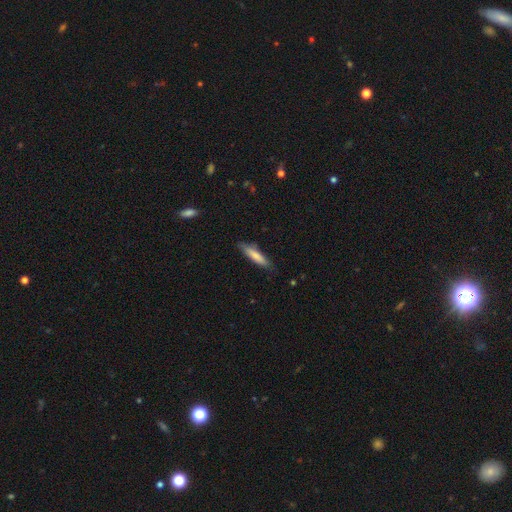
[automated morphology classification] Smooth or featured: smooth — 77% (featured or disk — 18%)
How rounded: cigar-shaped — 83% (in between — 16%)
Merging: none — 83% (minor disturbance — 14%)